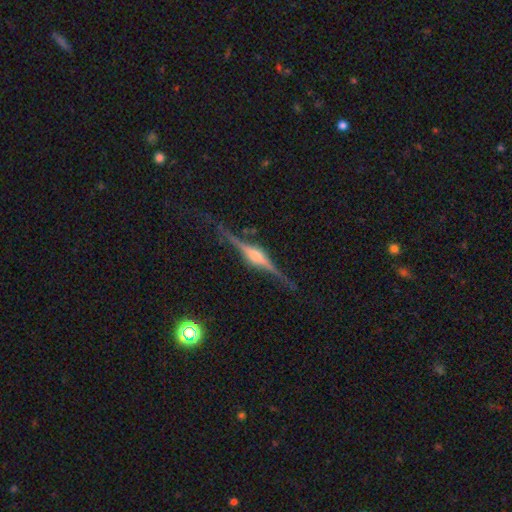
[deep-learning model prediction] smooth-or-featured: featured or disk: 88% | smooth: 7% | star or artifact: 6%
  disk-edge-on: yes: 98% | no: 2%
    edge-on-bulge: rounded: 83% | boxy: 14% | none: 3%
  merging: none: 85% | minor disturbance: 11% | major disturbance: 3% | merger: 1%